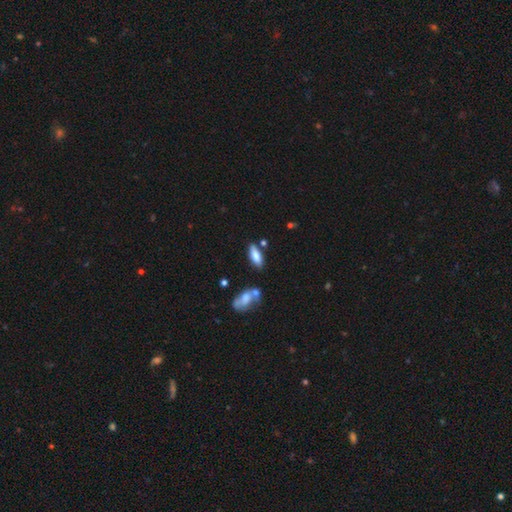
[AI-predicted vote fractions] smooth 74%, featured or disk 19%, star or artifact 7%. Down the decision tree: how rounded — in between (71%); merging — none (74%).